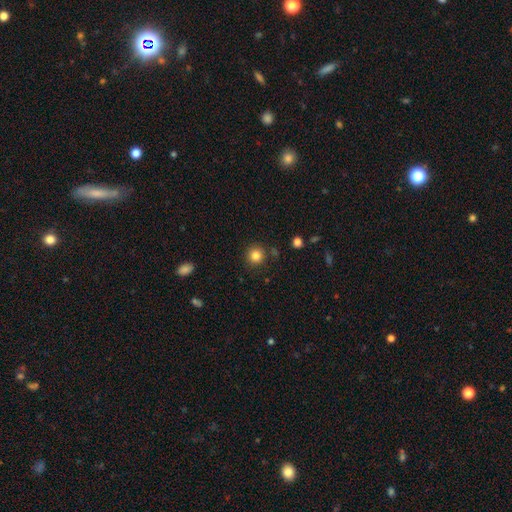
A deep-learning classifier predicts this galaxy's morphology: smooth_or_featured: smooth (p=0.83) [alt: star or artifact p=0.12]
how_rounded: round (p=0.93) [alt: in between p=0.06]
merging: none (p=0.87) [alt: minor disturbance p=0.08]